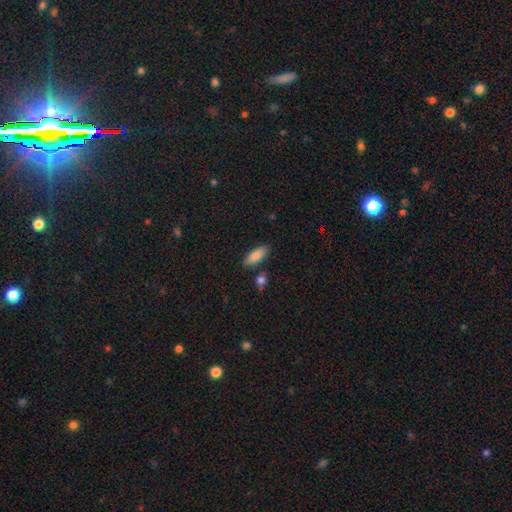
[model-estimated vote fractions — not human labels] A smooth galaxy with no disk features (85%) that is in between round and cigar-shaped (70%).

Vote fractions:
- Smooth or featured? smooth: 85% / featured or disk: 8% / star or artifact: 6%
- How rounded? in between: 70% / cigar-shaped: 27% / round: 2%
- Merging? none: 82% / minor disturbance: 11% / merger: 5% / major disturbance: 2%